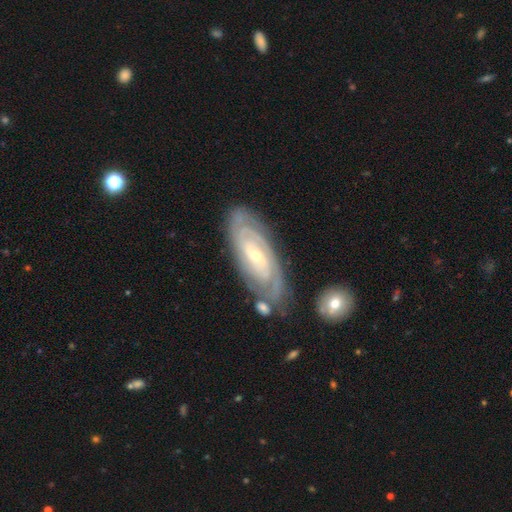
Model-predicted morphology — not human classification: Smooth or featured?
  - featured or disk: 86% *
  - smooth: 8%
  - star or artifact: 5%
Edge-on disk?
  - no: 92% *
  - yes: 8%
Bar?
  - no: 51% *
  - weak: 35%
  - strong: 14%
Spiral arms?
  - yes: 96% *
  - no: 4%
Spiral winding?
  - tight: 77% *
  - medium: 19%
  - loose: 4%
Spiral arm count?
  - can't tell: 34% *
  - 2: 31%
  - 3: 17%
  - 4: 10%
  - more than 4: 5%
  - 1: 4%
Bulge size?
  - small: 67% *
  - moderate: 30%
  - large: 1%
  - none: 1%
  - dominant: 1%
Merging?
  - none: 75% *
  - minor disturbance: 16%
  - major disturbance: 4%
  - merger: 4%